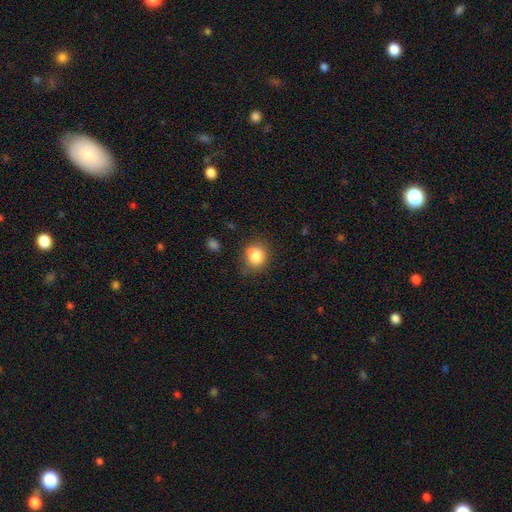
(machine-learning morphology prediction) smooth-or-featured: smooth: 80% | star or artifact: 10% | featured or disk: 10%
  how-rounded: round: 71% | in between: 28% | cigar-shaped: 1%
  merging: none: 63% | minor disturbance: 18% | merger: 13% | major disturbance: 5%